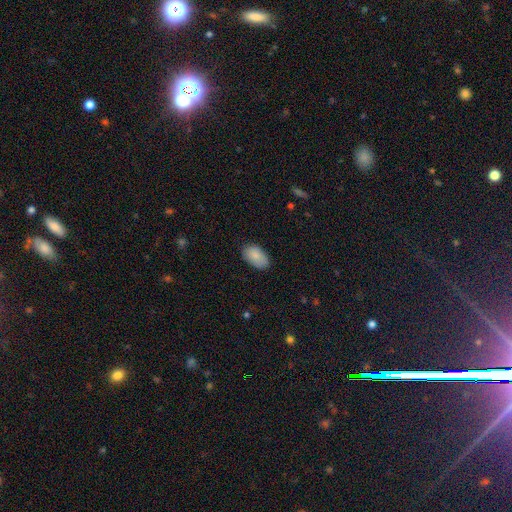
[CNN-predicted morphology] Smooth or featured? smooth (87%)
How rounded? in between (93%)
Merging? none (80%)